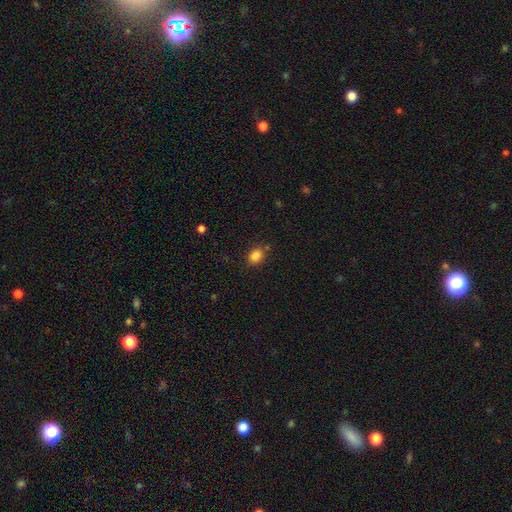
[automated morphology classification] Smooth or featured: smooth — 85% (star or artifact — 11%)
How rounded: round — 51% (in between — 48%)
Merging: none — 79% (minor disturbance — 12%)